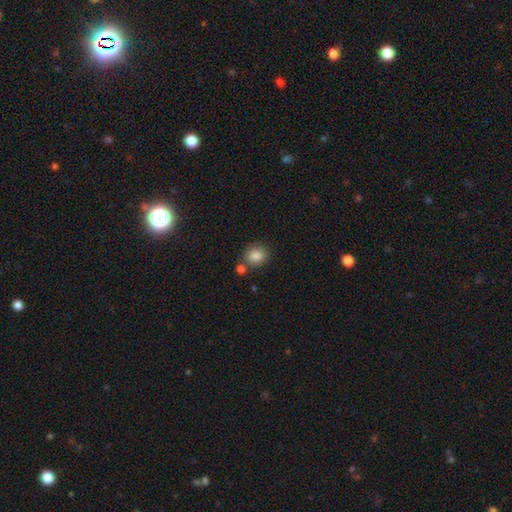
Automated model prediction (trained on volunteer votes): This is clearly a smooth galaxy (86%). How rounded: likely round (72%). Merging: likely none (69%).